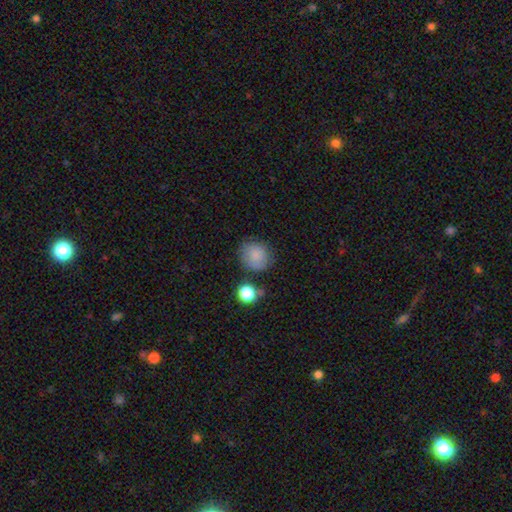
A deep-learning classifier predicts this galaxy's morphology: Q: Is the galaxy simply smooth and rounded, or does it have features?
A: smooth — 83%.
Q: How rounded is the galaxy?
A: round — 85%.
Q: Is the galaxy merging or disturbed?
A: none — 73%.